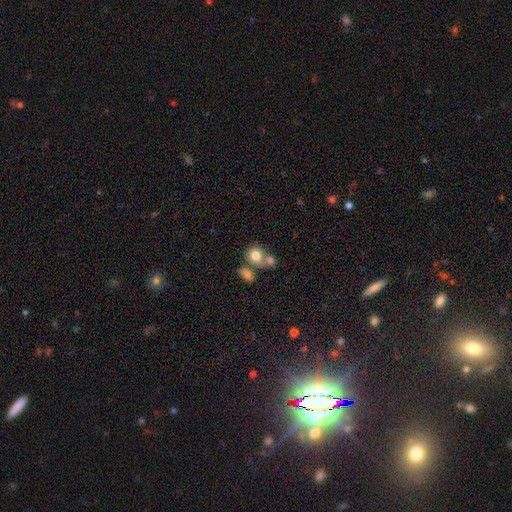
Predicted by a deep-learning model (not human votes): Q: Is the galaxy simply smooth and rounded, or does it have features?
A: smooth — 77%.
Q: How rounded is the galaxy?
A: round — 69%.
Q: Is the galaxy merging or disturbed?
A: merger — 45%.